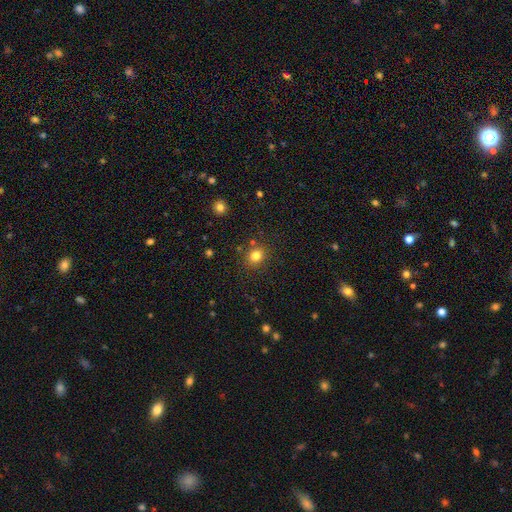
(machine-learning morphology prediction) A smooth galaxy with no disk features (81%) that is round (71%). Merging: none (83%).